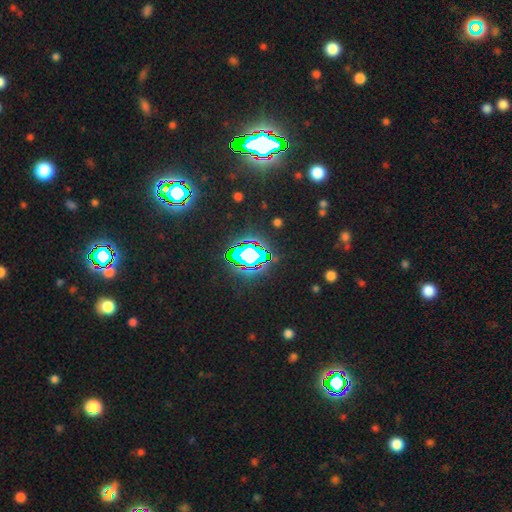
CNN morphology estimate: A star or artifact, not a galaxy (83%).

Vote fractions:
- Smooth or featured? star or artifact: 83% / smooth: 10% / featured or disk: 7%